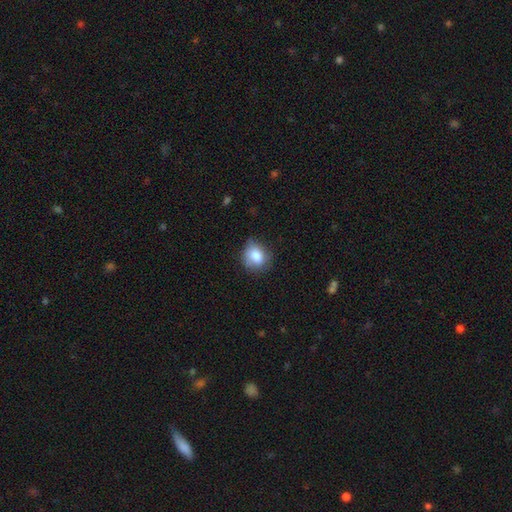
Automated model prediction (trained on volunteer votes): smooth-or-featured: smooth: 82% | featured or disk: 10% | star or artifact: 9%
  how-rounded: round: 66% | in between: 33% | cigar-shaped: 1%
  merging: none: 65% | minor disturbance: 27% | major disturbance: 6% | merger: 2%